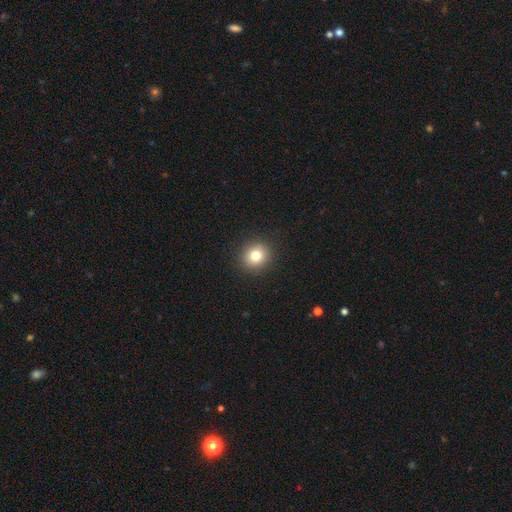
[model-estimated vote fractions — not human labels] Smooth or featured?
  - smooth: 79% *
  - star or artifact: 12%
  - featured or disk: 9%
How rounded?
  - round: 86% *
  - in between: 13%
  - cigar-shaped: 1%
Merging?
  - none: 91% *
  - minor disturbance: 5%
  - major disturbance: 2%
  - merger: 1%